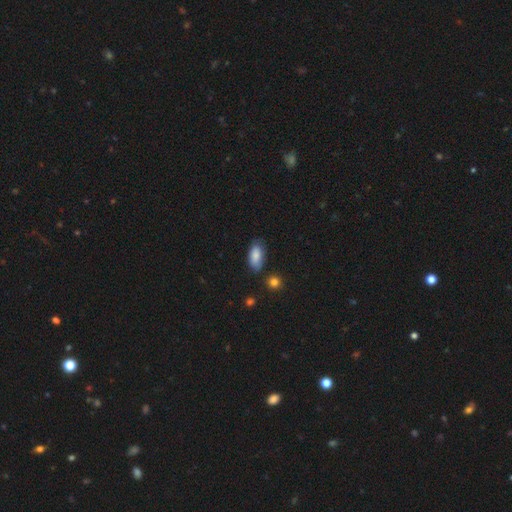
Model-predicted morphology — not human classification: This is clearly a smooth galaxy (84%). How rounded: clearly in between (91%). Merging: likely none (73%).